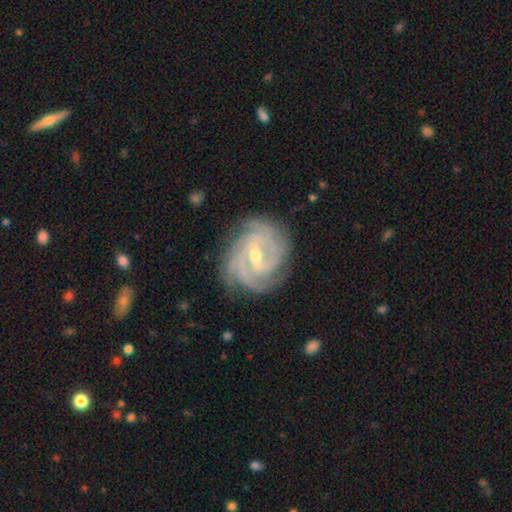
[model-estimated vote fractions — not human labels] smooth-or-featured: featured or disk: 91% | smooth: 5% | star or artifact: 5%
  disk-edge-on: no: 98% | yes: 2%
    bar: weak: 52% | strong: 31% | no: 17%
    has-spiral-arms: yes: 98% | no: 2%
      spiral-winding: tight: 69% | medium: 27% | loose: 4%
      spiral-arm-count: 3: 40% | 4: 19% | 2: 17% | can't tell: 14% | more than 4: 5% | 1: 5%
    bulge-size: moderate: 50% | small: 47% | large: 1% | none: 1% | dominant: 1%
  merging: none: 79% | minor disturbance: 15% | major disturbance: 4% | merger: 1%